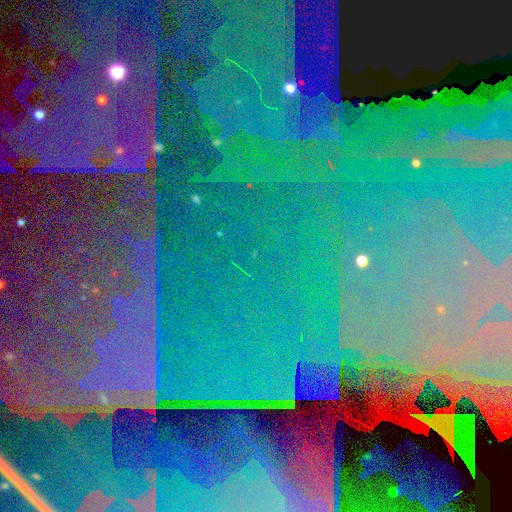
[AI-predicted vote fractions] A star or artifact, not a galaxy (86%).

Vote fractions:
- Smooth or featured? star or artifact: 86% / featured or disk: 8% / smooth: 7%